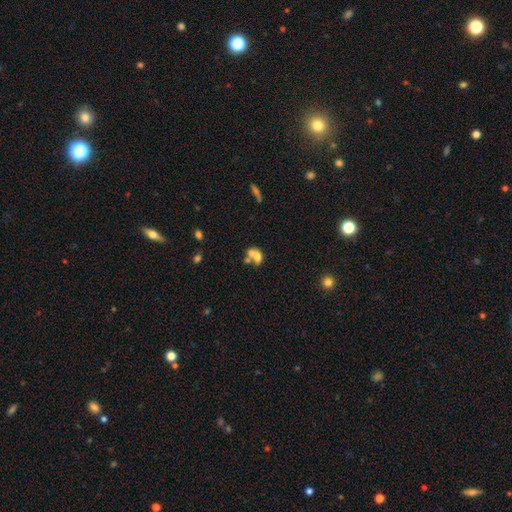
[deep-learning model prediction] Smooth or featured: smooth — 63% (featured or disk — 25%)
How rounded: in between — 60% (round — 38%)
Merging: merger — 61% (none — 24%)